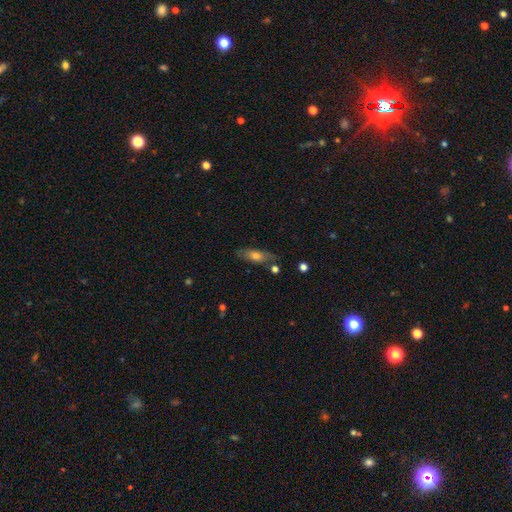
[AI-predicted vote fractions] smooth-or-featured: smooth: 60% | featured or disk: 32% | star or artifact: 8%
  how-rounded: in between: 59% | cigar-shaped: 37% | round: 4%
  merging: none: 74% | minor disturbance: 17% | major disturbance: 5% | merger: 4%